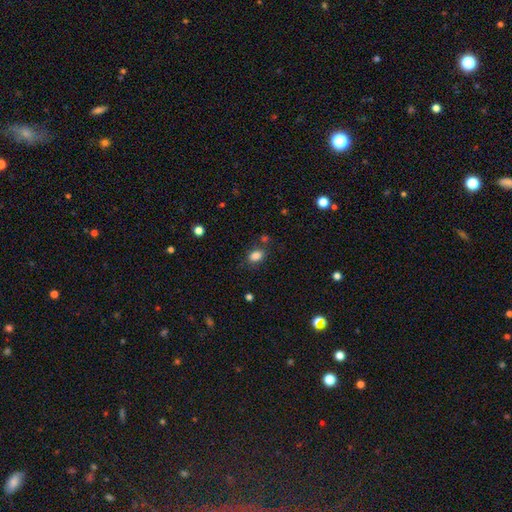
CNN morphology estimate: Smooth or featured: smooth — 85% (star or artifact — 10%)
How rounded: in between — 81% (round — 17%)
Merging: none — 76% (minor disturbance — 14%)